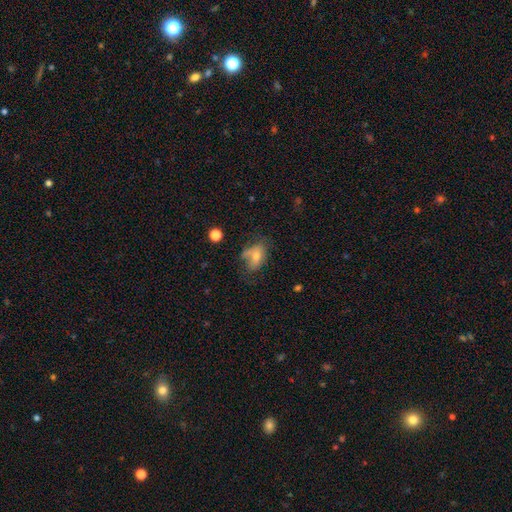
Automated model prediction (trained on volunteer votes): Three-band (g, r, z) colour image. It shows a smooth galaxy with no disk features (64%) that is in between round and cigar-shaped (84%). Merging: none (38%).